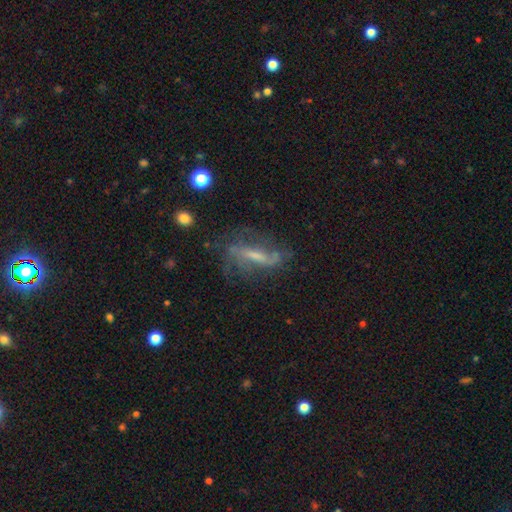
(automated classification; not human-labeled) Overall: featured or disk (67%). Edge-on disk: no (74%). Merging: none (55%; minor disturbance 22%).